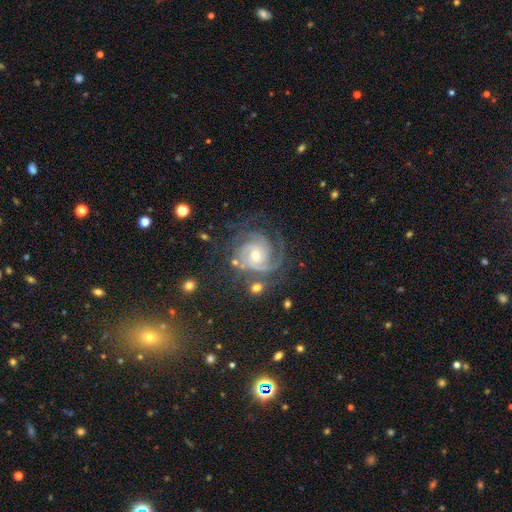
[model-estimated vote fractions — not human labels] Overall: featured or disk (88%). Edge-on disk: no (98%). Bar: no (72%). Spiral arms: yes (98%). Spiral arm count: 3 (36%; 2 27%). Spiral winding: tight (70%). Bulge size: moderate (48%, tied with small). Merging: none (68%).